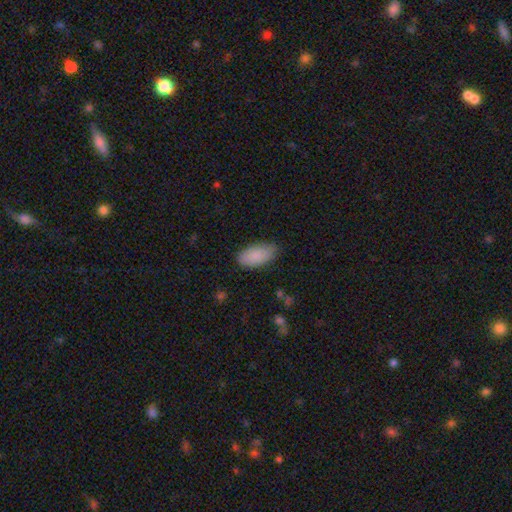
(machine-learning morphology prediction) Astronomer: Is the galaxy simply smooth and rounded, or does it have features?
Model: smooth — 88%.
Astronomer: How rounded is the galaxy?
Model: in between — 93%.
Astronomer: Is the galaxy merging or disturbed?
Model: none — 78%.